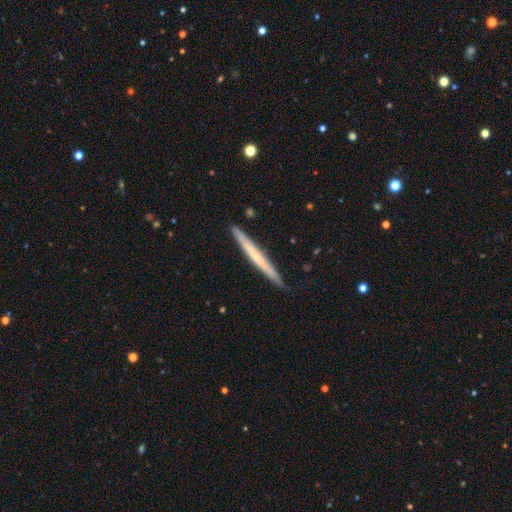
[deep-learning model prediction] Smooth or featured?
  - smooth: 49% *
  - featured or disk: 46%
  - star or artifact: 6%
Merging?
  - none: 88% *
  - minor disturbance: 10%
  - major disturbance: 1%
  - merger: 1%